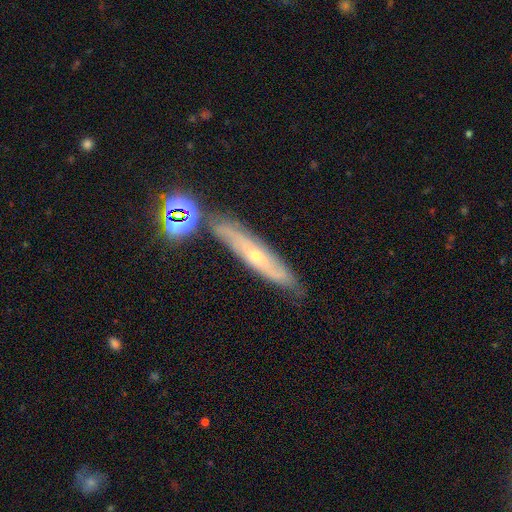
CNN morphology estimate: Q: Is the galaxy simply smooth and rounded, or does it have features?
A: featured or disk — 64%.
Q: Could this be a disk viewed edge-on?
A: yes — 57%.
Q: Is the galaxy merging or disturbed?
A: none — 73%.